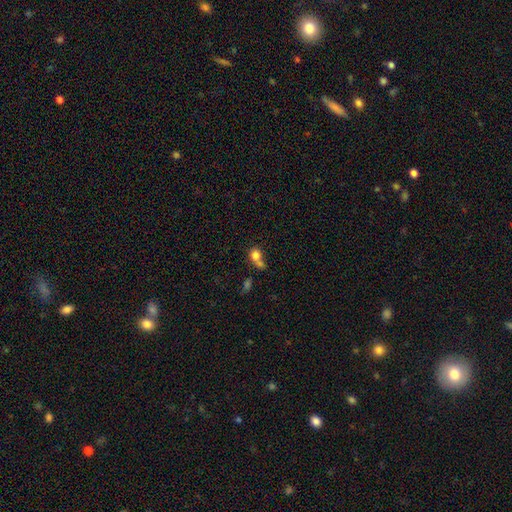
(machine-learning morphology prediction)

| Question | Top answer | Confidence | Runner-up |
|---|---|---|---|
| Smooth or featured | smooth | 77% | featured or disk (12%) |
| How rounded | round | 64% | in between (34%) |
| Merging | merger | 50% | none (29%) |